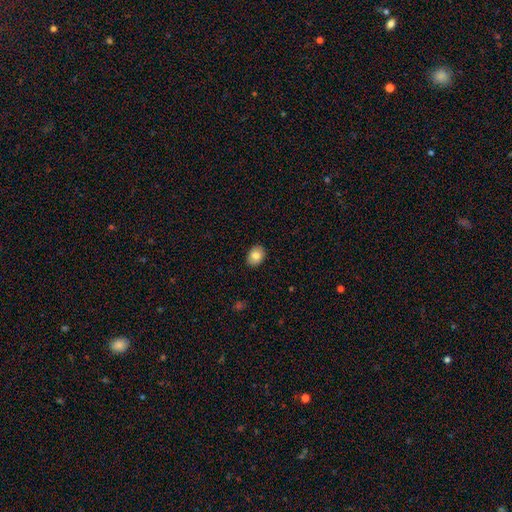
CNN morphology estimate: Q: Smooth or featured?
A: smooth (81%); runner-up: featured or disk (11%)
Q: How rounded?
A: in between (65%); runner-up: round (34%)
Q: Merging?
A: none (90%); runner-up: minor disturbance (7%)